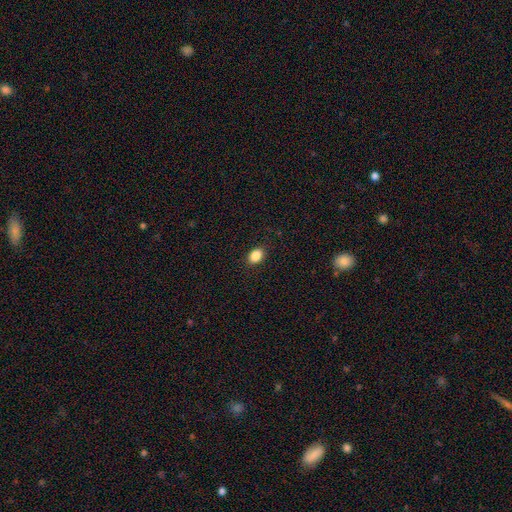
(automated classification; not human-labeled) This is clearly a smooth galaxy (87%). How rounded: likely in between (77%). Merging: clearly none (89%).